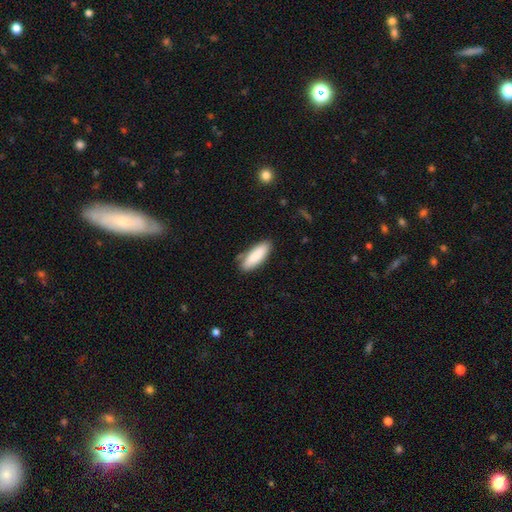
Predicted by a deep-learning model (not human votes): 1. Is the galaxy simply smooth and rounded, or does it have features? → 87% smooth, 7% featured or disk, 6% star or artifact.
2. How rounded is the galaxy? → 62% in between, 36% cigar-shaped, 2% round.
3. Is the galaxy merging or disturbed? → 76% none, 18% minor disturbance, 3% major disturbance, 3% merger.